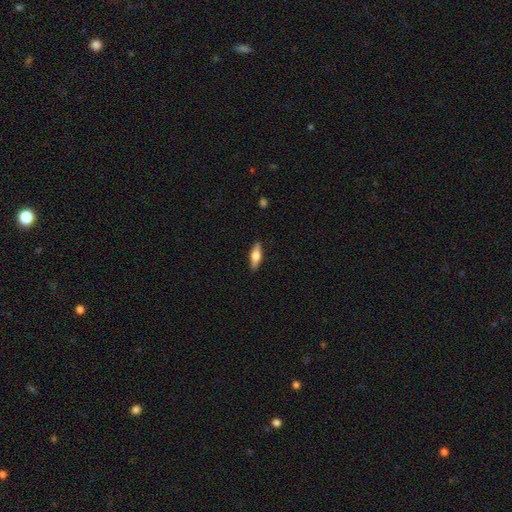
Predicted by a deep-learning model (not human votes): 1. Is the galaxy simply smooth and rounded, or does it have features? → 59% smooth, 35% featured or disk, 6% star or artifact.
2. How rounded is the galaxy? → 52% in between, 46% cigar-shaped, 3% round.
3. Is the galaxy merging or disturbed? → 89% none, 9% minor disturbance, 2% major disturbance, 1% merger.